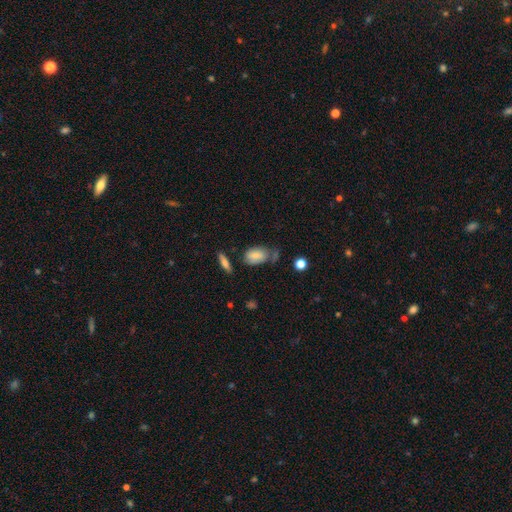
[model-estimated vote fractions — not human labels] smooth_or_featured: smooth (p=0.76) [alt: featured or disk p=0.16]
how_rounded: in between (p=0.89) [alt: round p=0.09]
merging: none (p=0.45) [alt: minor disturbance p=0.31]